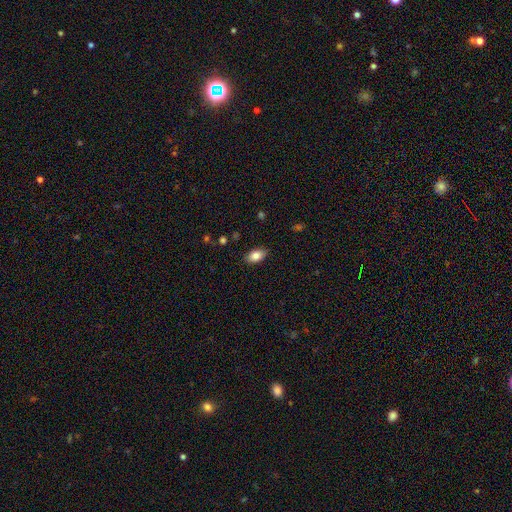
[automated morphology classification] smooth 84%, featured or disk 8%, star or artifact 8%. Down the decision tree: how rounded — in between (91%); merging — none (87%).